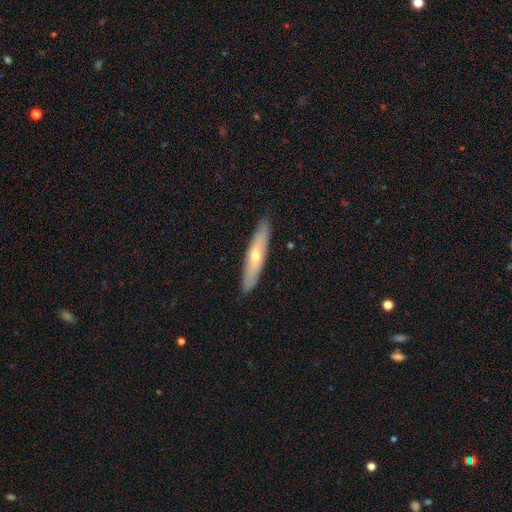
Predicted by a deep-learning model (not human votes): This appears to be a smooth galaxy with no disk features (48%). Merging: none (88%).